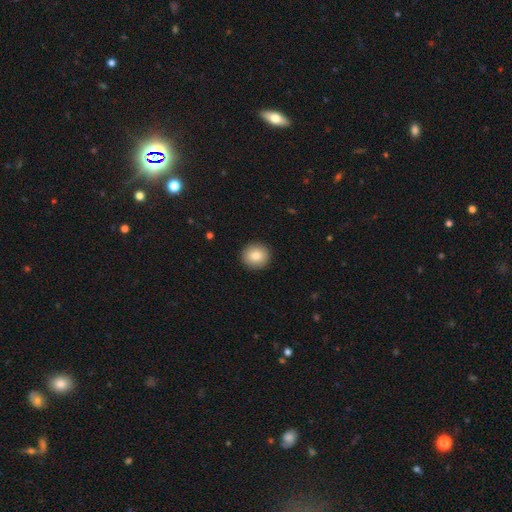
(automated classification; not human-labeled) smooth_or_featured: smooth (p=0.83) [alt: star or artifact p=0.09]
how_rounded: round (p=0.89) [alt: in between p=0.10]
merging: none (p=0.92) [alt: minor disturbance p=0.05]